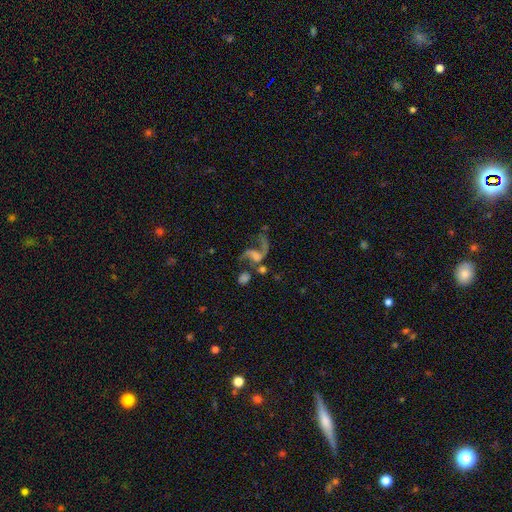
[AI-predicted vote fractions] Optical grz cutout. It shows a featured or disk galaxy (71%) with no bar (49%), 2 (72%) loose (81%) spiral arms (83%) and no central bulge (41%). Merging: none (33%).